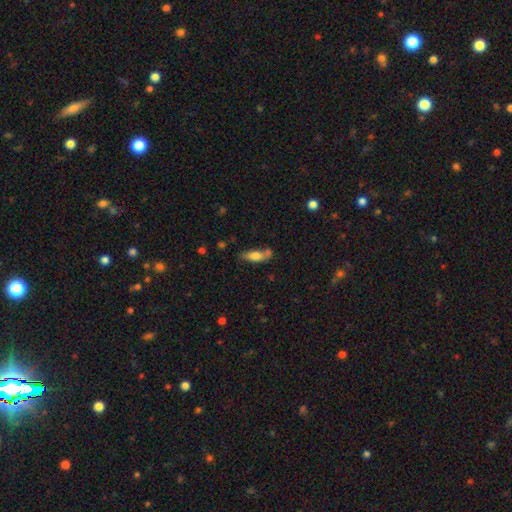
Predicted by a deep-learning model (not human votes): smooth_or_featured: smooth (p=0.69) [alt: featured or disk p=0.23]
how_rounded: in between (p=0.62) [alt: cigar-shaped p=0.35]
merging: none (p=0.53) [alt: minor disturbance p=0.22]